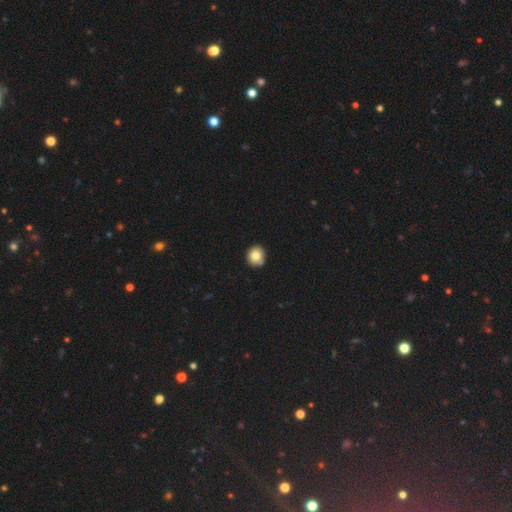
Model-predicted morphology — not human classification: Smooth or featured? Predicted: smooth (p=0.80). How rounded? Predicted: round (p=0.89). Merging? Predicted: none (p=0.86).